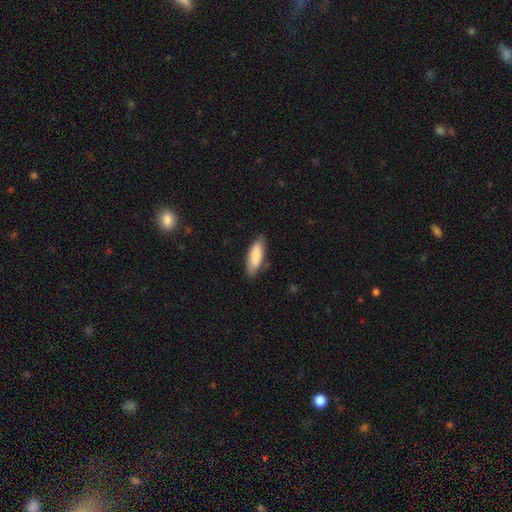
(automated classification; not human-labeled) Q: Smooth or featured?
A: smooth (82%); runner-up: featured or disk (13%)
Q: How rounded?
A: in between (67%); runner-up: cigar-shaped (31%)
Q: Merging?
A: none (80%); runner-up: minor disturbance (16%)